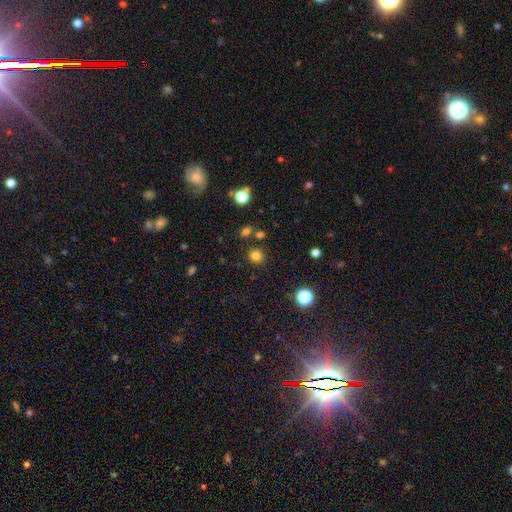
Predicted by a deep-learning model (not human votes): smooth_or_featured: smooth (p=0.79) [alt: star or artifact p=0.16]
how_rounded: round (p=0.91) [alt: in between p=0.08]
merging: none (p=0.85) [alt: minor disturbance p=0.07]